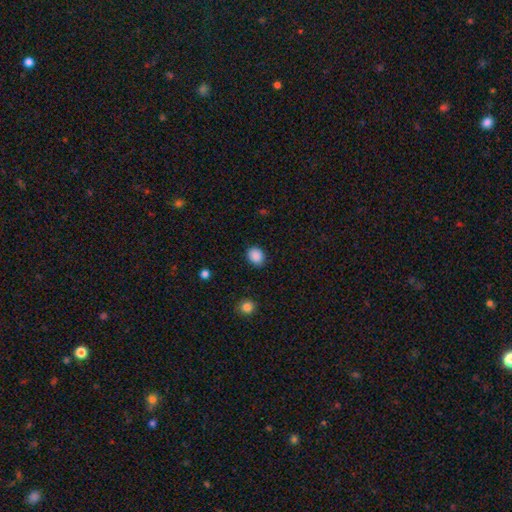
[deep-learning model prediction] A smooth galaxy with no disk features (89%) that is round (53%).

Vote fractions:
- Smooth or featured? smooth: 89% / star or artifact: 9% / featured or disk: 2%
- How rounded? round: 53% / in between: 46% / cigar-shaped: 1%
- Merging? none: 87% / minor disturbance: 9% / major disturbance: 3% / merger: 1%